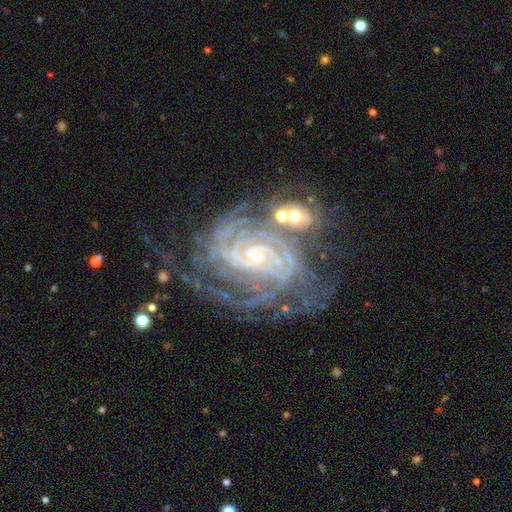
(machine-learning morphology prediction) A featured or disk galaxy (90%) with no bar (62%), 4 (23%) tight (77%) spiral arms (98%) and a small central bulge (79%).

Vote fractions:
- Smooth or featured? featured or disk: 90% / star or artifact: 6% / smooth: 3%
- Edge-on disk? no: 97% / yes: 3%
- Bar? no: 62% / weak: 26% / strong: 13%
- Spiral arms? yes: 98% / no: 2%
- Spiral winding? tight: 77% / medium: 20% / loose: 3%
- Spiral arm count? 4: 23% / can't tell: 21% / more than 4: 18% / 3: 17% / 2: 14% / 1: 7%
- Bulge size? small: 79% / moderate: 16% / none: 2% / large: 2% / dominant: 1%
- Merging? none: 53% / minor disturbance: 21% / major disturbance: 14% / merger: 12%